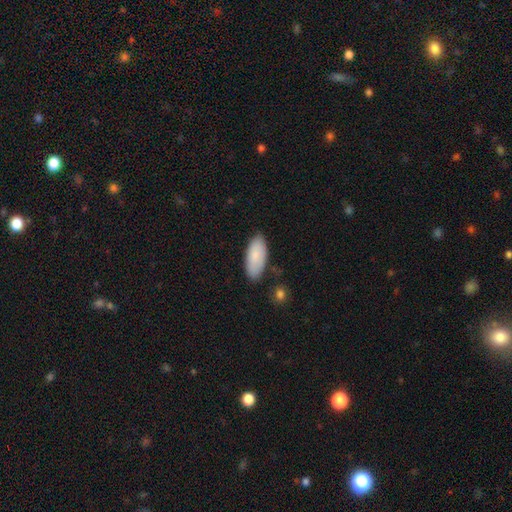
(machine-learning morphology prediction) Smooth or featured: smooth — 85% (featured or disk — 9%)
How rounded: in between — 88% (cigar-shaped — 10%)
Merging: none — 80% (minor disturbance — 15%)